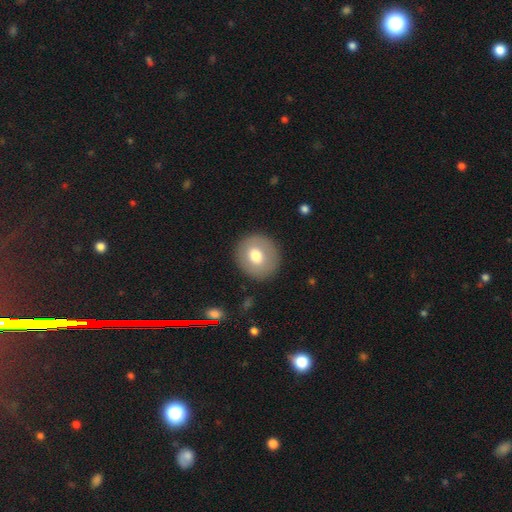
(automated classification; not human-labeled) A smooth galaxy with no disk features (68%) that is round (85%).

Vote fractions:
- Smooth or featured? smooth: 68% / featured or disk: 24% / star or artifact: 8%
- How rounded? round: 85% / in between: 14% / cigar-shaped: 1%
- Merging? none: 88% / minor disturbance: 7% / major disturbance: 3% / merger: 1%